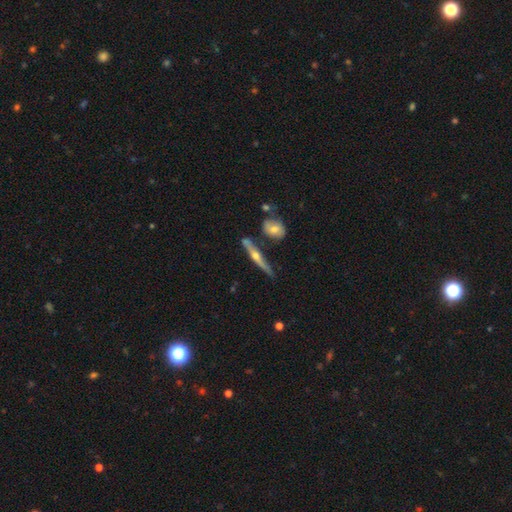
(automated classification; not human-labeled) This appears to be a featured or disk galaxy (74%) viewed edge-on (96%) with a rounded central bulge (93%). Merging: none (75%).